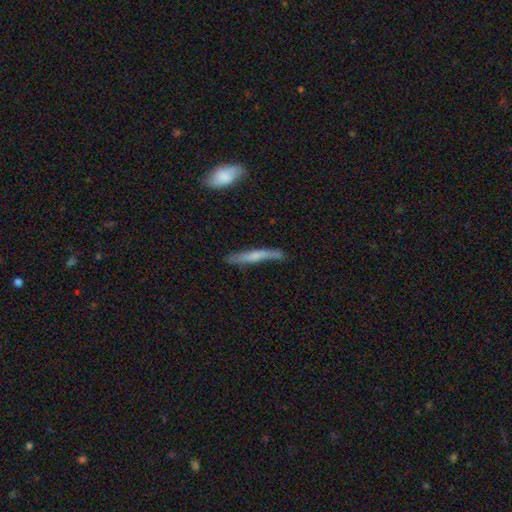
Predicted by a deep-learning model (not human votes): Overall: smooth (54%; featured or disk 40%). How rounded: cigar-shaped (92%). Merging: none (70%).